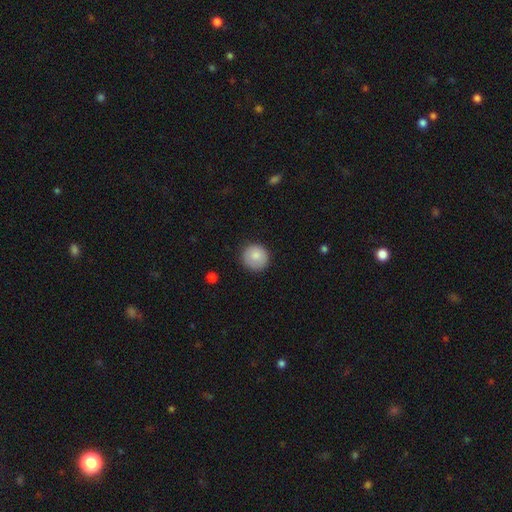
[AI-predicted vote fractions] Morphology: type=smooth (85%); roundness=round (93%); merging=none (87%).